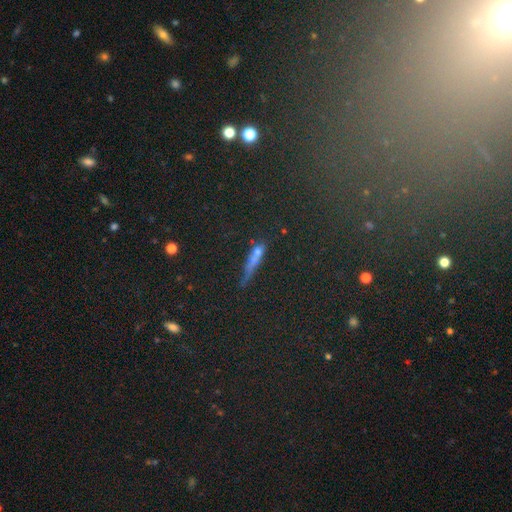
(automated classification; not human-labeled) This is possibly a smooth galaxy (49%). Merging: possibly none (50%).